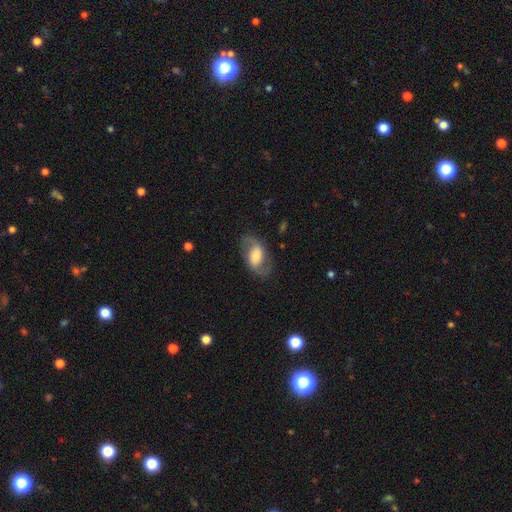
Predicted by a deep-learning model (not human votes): A featured or disk galaxy (62%) with a weak bar (40%), spiral arms (84%) and a moderate central bulge (44%). Merging: none (73%).